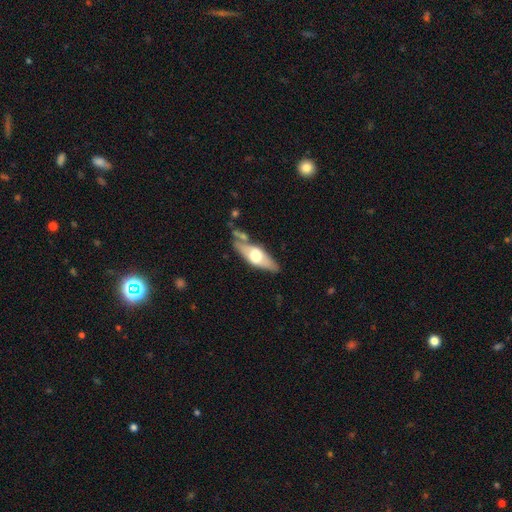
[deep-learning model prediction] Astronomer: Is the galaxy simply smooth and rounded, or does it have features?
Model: featured or disk — 57% (runner-up: smooth, 38%).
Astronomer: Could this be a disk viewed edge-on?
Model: yes — 79%.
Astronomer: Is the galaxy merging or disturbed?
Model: none — 65%.